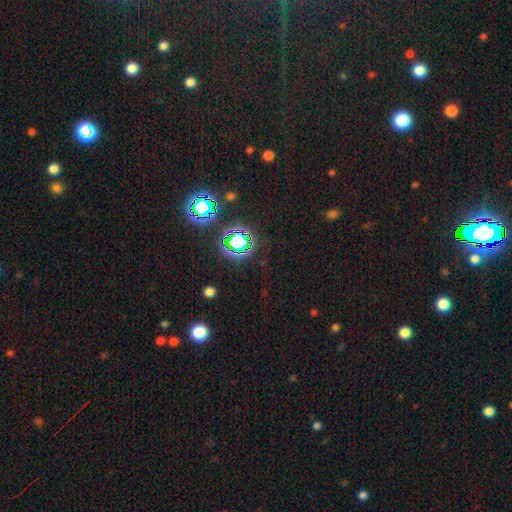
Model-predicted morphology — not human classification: Smooth or featured?
  - star or artifact: 75% *
  - smooth: 18%
  - featured or disk: 7%